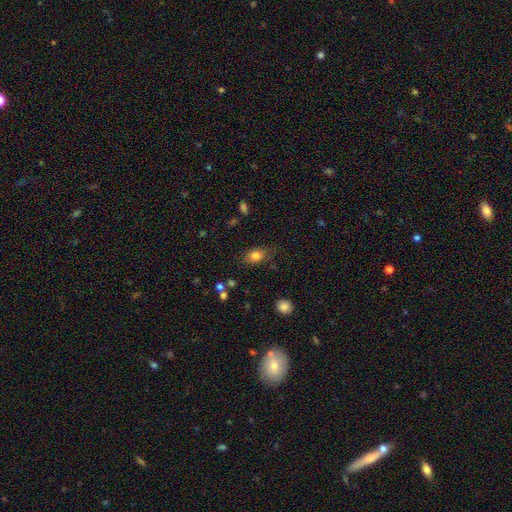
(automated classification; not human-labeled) Smooth or featured?
  - smooth: 81% *
  - star or artifact: 10%
  - featured or disk: 9%
How rounded?
  - in between: 73% *
  - round: 24%
  - cigar-shaped: 3%
Merging?
  - none: 68% *
  - minor disturbance: 22%
  - major disturbance: 7%
  - merger: 2%